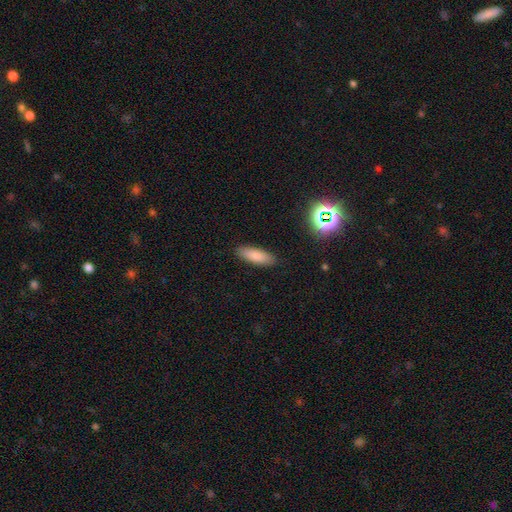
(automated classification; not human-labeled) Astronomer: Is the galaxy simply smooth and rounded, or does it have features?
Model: smooth — 83%.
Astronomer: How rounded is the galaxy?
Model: in between — 60% (runner-up: cigar-shaped, 38%).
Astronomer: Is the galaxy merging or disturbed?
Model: none — 89%.